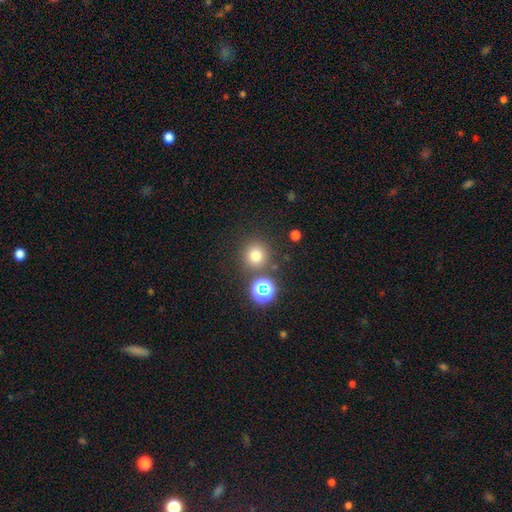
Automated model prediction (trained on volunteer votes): Smooth or featured? smooth (74%)
How rounded? round (94%)
Merging? none (81%)